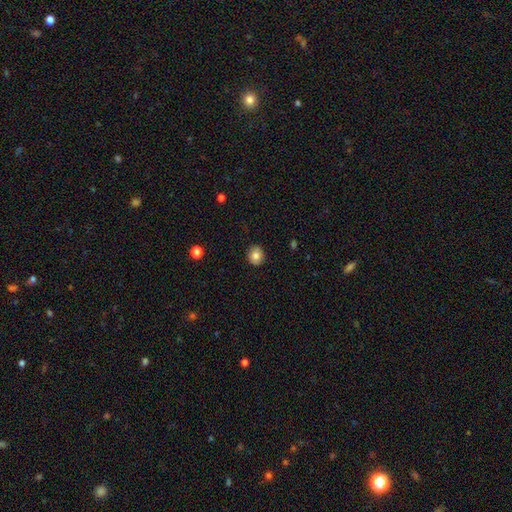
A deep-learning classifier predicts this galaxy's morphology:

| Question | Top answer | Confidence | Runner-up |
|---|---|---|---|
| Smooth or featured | smooth | 82% | star or artifact (9%) |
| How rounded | round | 76% | in between (23%) |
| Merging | none | 89% | minor disturbance (8%) |